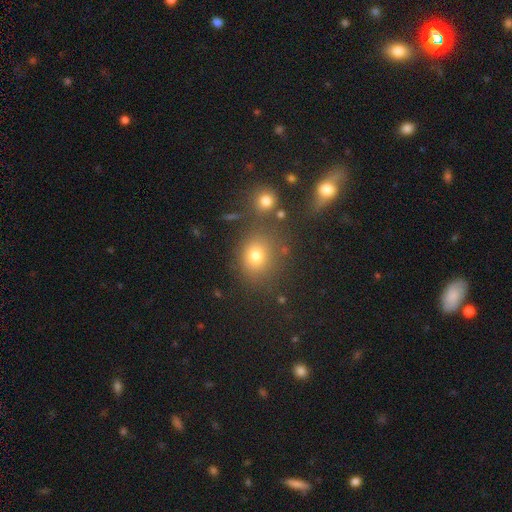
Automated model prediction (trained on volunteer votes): A smooth galaxy with no disk features (72%) that is round (63%).

Vote fractions:
- Smooth or featured? smooth: 72% / star or artifact: 18% / featured or disk: 10%
- How rounded? round: 63% / in between: 36% / cigar-shaped: 1%
- Merging? none: 71% / minor disturbance: 12% / merger: 11% / major disturbance: 6%